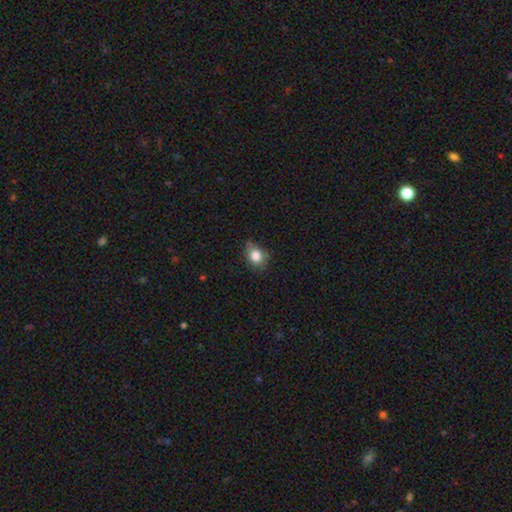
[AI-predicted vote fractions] smooth 81%, star or artifact 10%, featured or disk 9%. Down the decision tree: how rounded — round (50%); merging — none (59%).